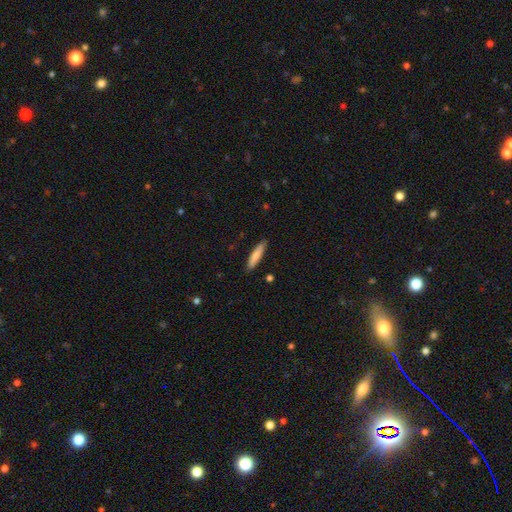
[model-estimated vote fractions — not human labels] Overall: smooth (78%). How rounded: cigar-shaped (87%). Merging: none (89%).